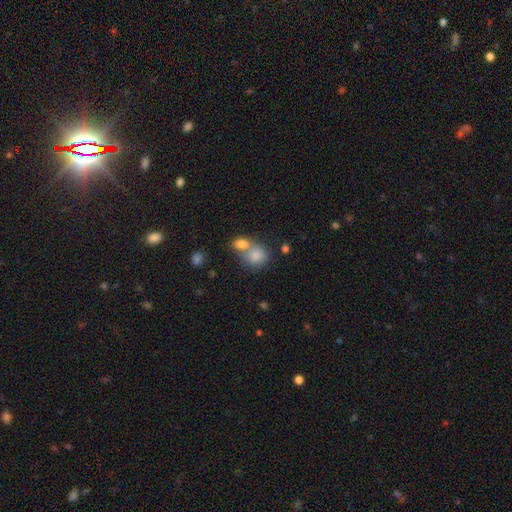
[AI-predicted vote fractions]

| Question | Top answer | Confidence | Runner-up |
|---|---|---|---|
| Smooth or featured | smooth | 82% | featured or disk (10%) |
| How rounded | round | 62% | in between (37%) |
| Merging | merger | 58% | none (29%) |